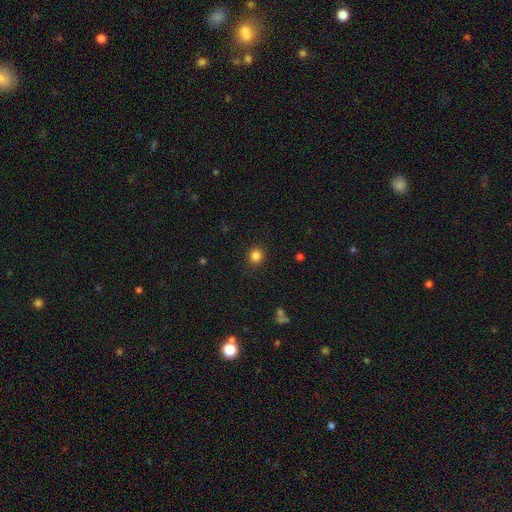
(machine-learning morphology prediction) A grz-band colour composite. It shows a smooth galaxy with no disk features (85%) that is round (84%). Merging: none (89%).